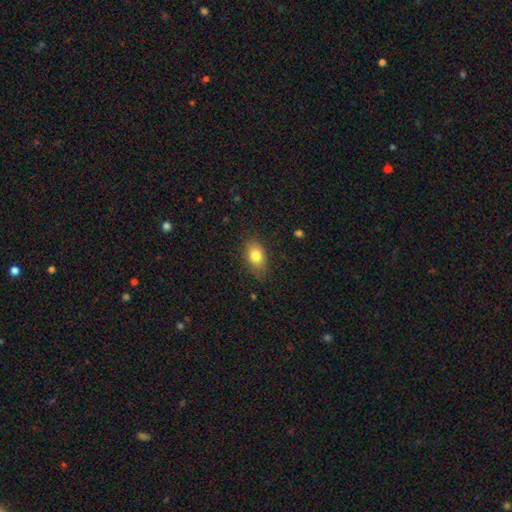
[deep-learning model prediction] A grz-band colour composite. It shows a smooth galaxy with no disk features (80%) that is in between round and cigar-shaped (80%). Merging: none (79%).